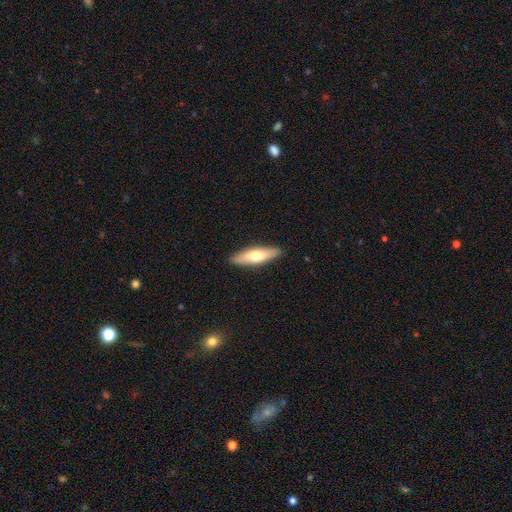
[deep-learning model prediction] Smooth or featured: smooth — 64% (featured or disk — 31%)
How rounded: cigar-shaped — 63% (in between — 36%)
Merging: none — 89% (minor disturbance — 8%)